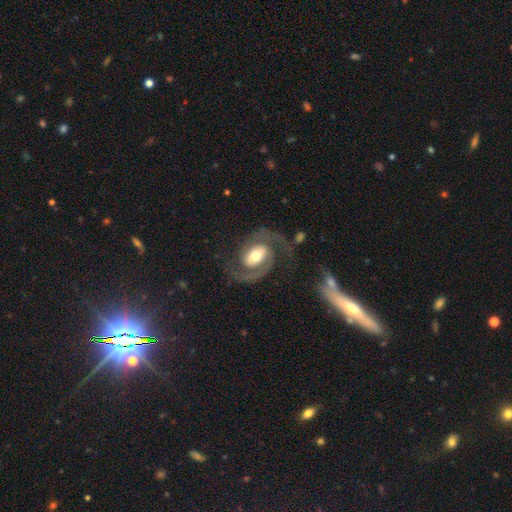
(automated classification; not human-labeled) Smooth or featured? Predicted: featured or disk (p=0.86). Edge-on disk? Predicted: no (p=0.97). Bar? Predicted: weak (p=0.39). Spiral arms? Predicted: yes (p=0.96). Spiral winding? Predicted: medium (p=0.55). Spiral arm count? Predicted: 2 (p=0.90). Bulge size? Predicted: moderate (p=0.61). Merging? Predicted: none (p=0.69).